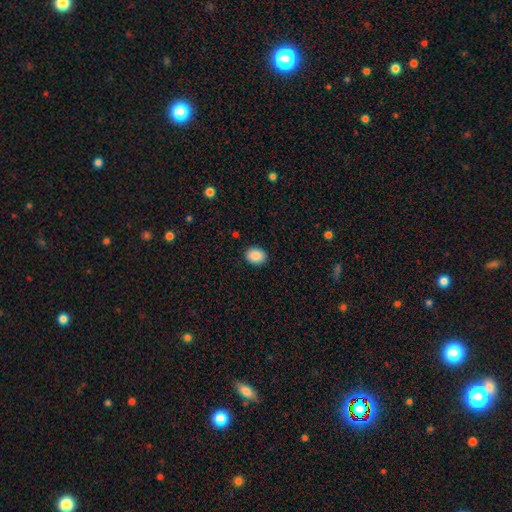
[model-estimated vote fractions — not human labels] A smooth galaxy with no disk features (89%) that is in between round and cigar-shaped (62%). Merging: none (90%).